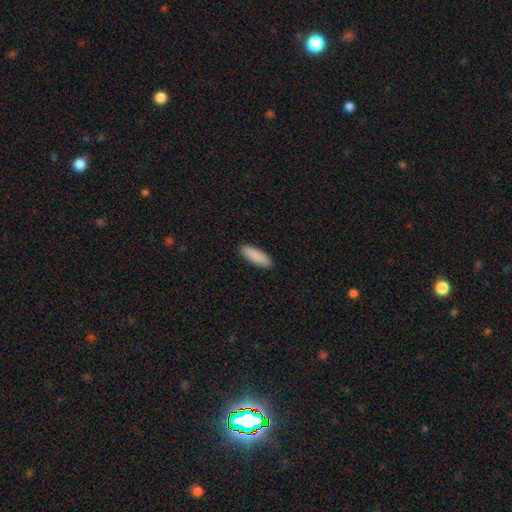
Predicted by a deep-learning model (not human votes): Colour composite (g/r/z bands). It shows a smooth galaxy with no disk features (90%) that is in between round and cigar-shaped (56%). Merging: none (91%).